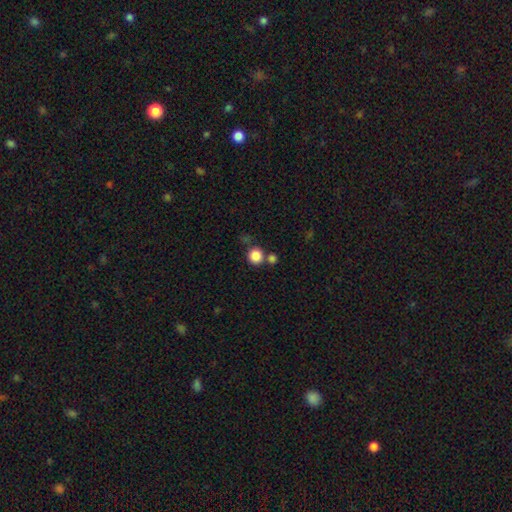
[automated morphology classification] smooth_or_featured: smooth (p=0.85) [alt: star or artifact p=0.10]
how_rounded: round (p=0.91) [alt: in between p=0.08]
merging: none (p=0.67) [alt: merger p=0.21]